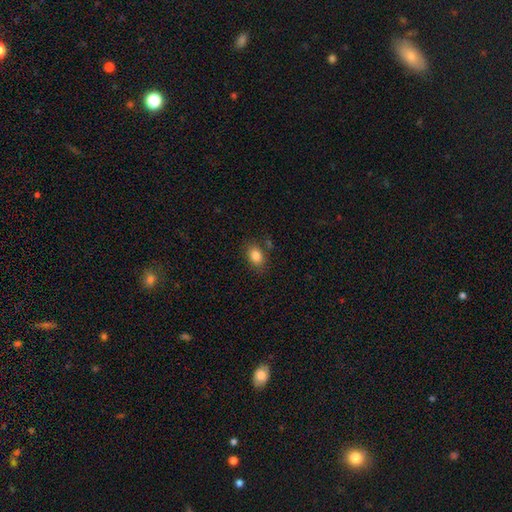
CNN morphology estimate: A smooth galaxy with no disk features (84%) that is in between round and cigar-shaped (80%).

Vote fractions:
- Smooth or featured? smooth: 84% / star or artifact: 9% / featured or disk: 7%
- How rounded? in between: 80% / round: 18% / cigar-shaped: 2%
- Merging? none: 79% / minor disturbance: 13% / merger: 4% / major disturbance: 4%